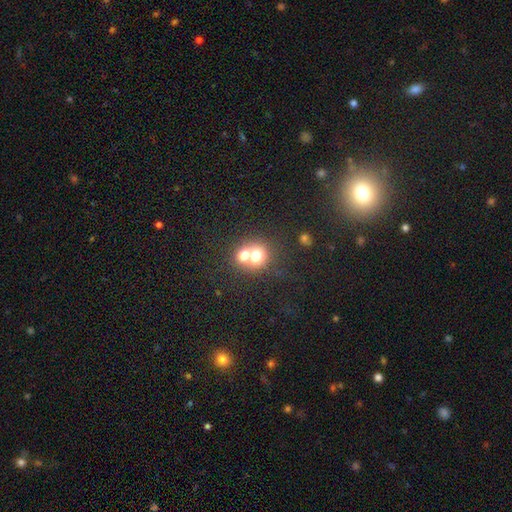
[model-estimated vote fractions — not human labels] Smooth or featured: smooth — 68% (featured or disk — 20%)
How rounded: round — 79% (in between — 20%)
Merging: merger — 67% (none — 26%)